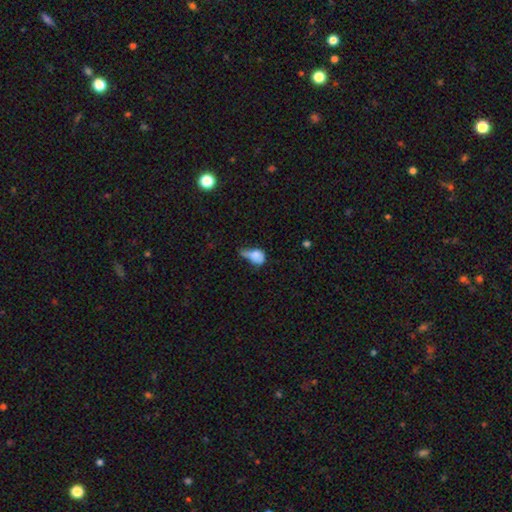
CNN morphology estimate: Smooth or featured: smooth — 69% (featured or disk — 20%)
How rounded: in between — 70% (round — 27%)
Merging: major disturbance — 33% (minor disturbance — 30%)